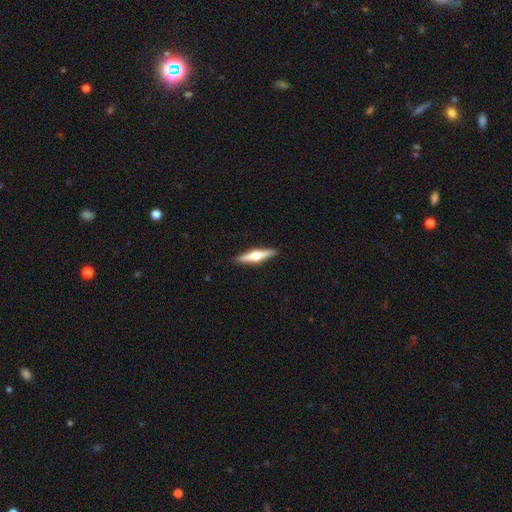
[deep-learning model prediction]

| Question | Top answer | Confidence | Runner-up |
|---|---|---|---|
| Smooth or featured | featured or disk | 62% | smooth (33%) |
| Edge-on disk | yes | 97% | no (3%) |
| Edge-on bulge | rounded | 95% | boxy (3%) |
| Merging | none | 91% | minor disturbance (6%) |